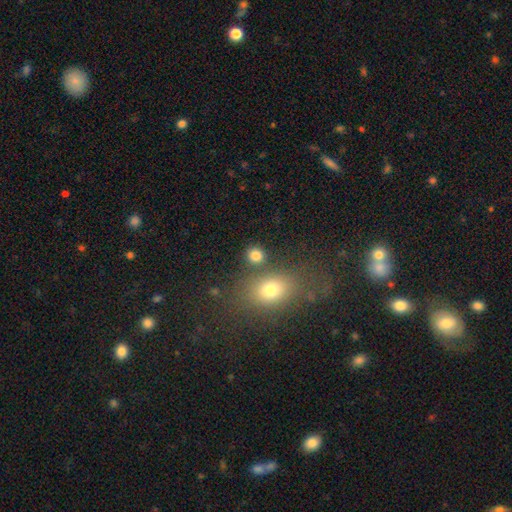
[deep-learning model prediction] Smooth or featured: smooth — 81% (star or artifact — 13%)
How rounded: round — 81% (in between — 17%)
Merging: none — 77% (merger — 12%)